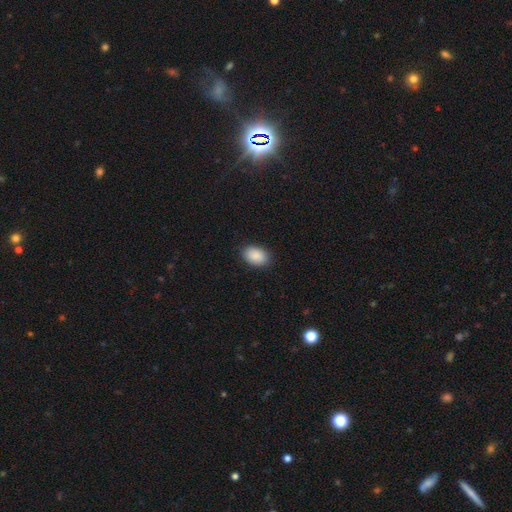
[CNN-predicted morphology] smooth_or_featured: smooth (p=0.90) [alt: star or artifact p=0.07]
how_rounded: in between (p=0.86) [alt: round p=0.13]
merging: none (p=0.88) [alt: minor disturbance p=0.09]